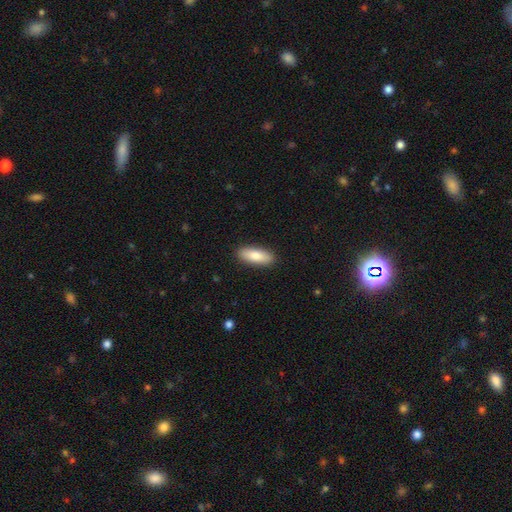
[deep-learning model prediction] Q: Smooth or featured?
A: smooth (84%); runner-up: featured or disk (11%)
Q: How rounded?
A: in between (72%); runner-up: cigar-shaped (26%)
Q: Merging?
A: none (89%); runner-up: minor disturbance (8%)